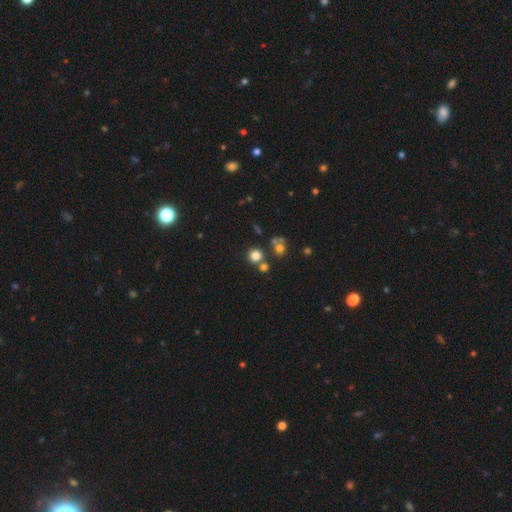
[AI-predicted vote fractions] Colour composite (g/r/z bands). It shows a smooth galaxy with no disk features (76%) that is round (92%). Merging: none (72%).